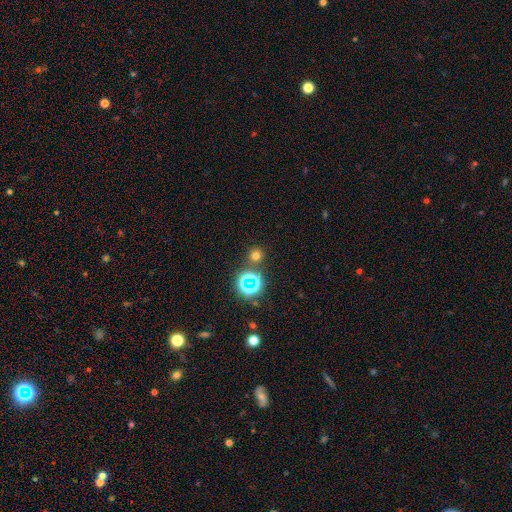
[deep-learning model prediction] smooth_or_featured: smooth (p=0.65) [alt: star or artifact p=0.29]
how_rounded: round (p=0.93) [alt: in between p=0.06]
merging: none (p=0.82) [alt: merger p=0.08]